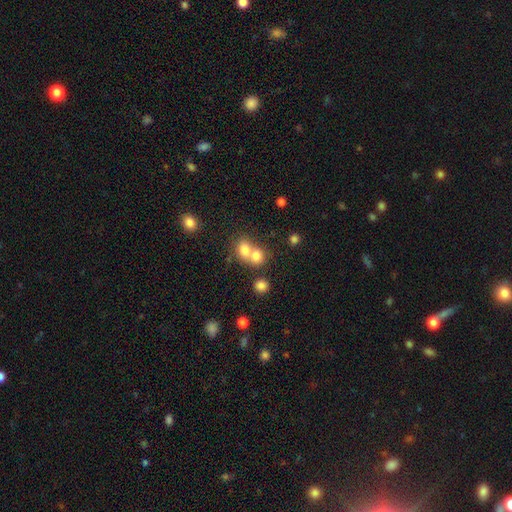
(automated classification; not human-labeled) Morphology: type=smooth (75%); roundness=round (67%); merging=merger (60%).